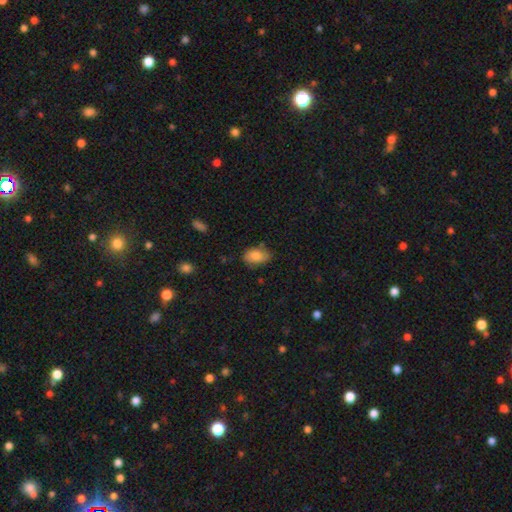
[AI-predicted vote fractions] A smooth galaxy with no disk features (80%) that is in between round and cigar-shaped (89%).

Vote fractions:
- Smooth or featured? smooth: 80% / featured or disk: 12% / star or artifact: 8%
- How rounded? in between: 89% / round: 9% / cigar-shaped: 2%
- Merging? none: 70% / minor disturbance: 24% / major disturbance: 4% / merger: 2%